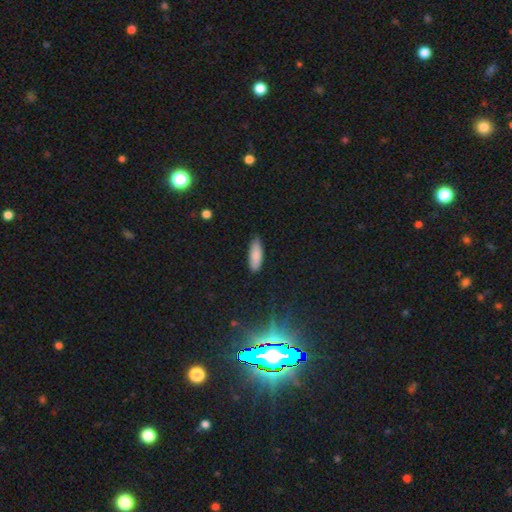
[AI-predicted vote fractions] This appears to be a smooth galaxy with no disk features (87%) that is in between round and cigar-shaped (56%). Merging: none (84%).